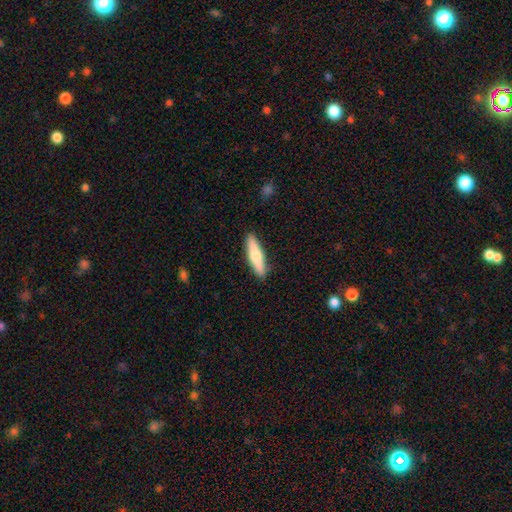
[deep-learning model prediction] smooth-or-featured: smooth: 63% | featured or disk: 32% | star or artifact: 5%
  how-rounded: cigar-shaped: 78% | in between: 20% | round: 2%
  merging: none: 90% | minor disturbance: 7% | major disturbance: 2% | merger: 1%